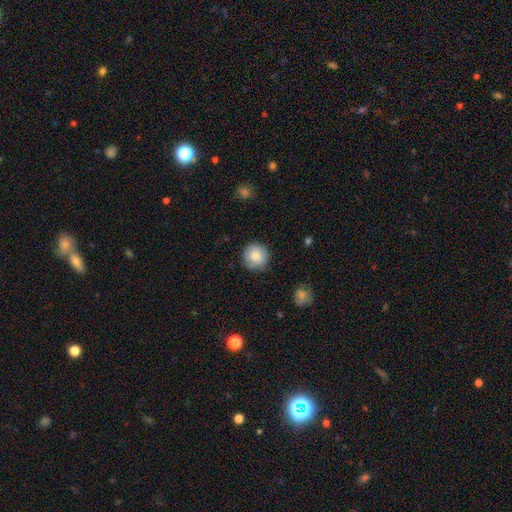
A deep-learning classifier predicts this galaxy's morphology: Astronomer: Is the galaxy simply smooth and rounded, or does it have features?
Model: smooth — 82%.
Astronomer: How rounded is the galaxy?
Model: round — 94%.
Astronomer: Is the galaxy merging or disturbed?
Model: none — 84%.